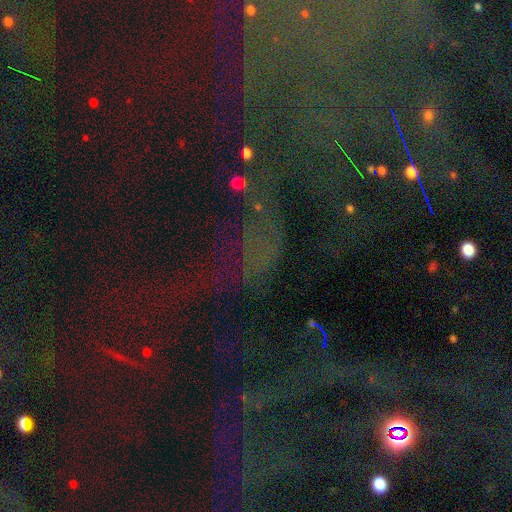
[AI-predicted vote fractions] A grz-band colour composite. It shows a star or artifact, not a galaxy (77%).